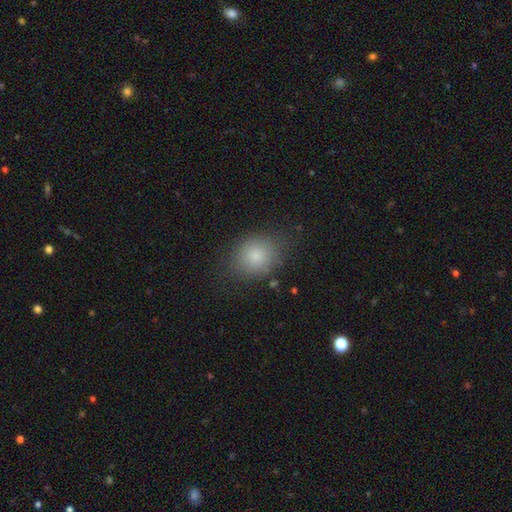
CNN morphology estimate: Smooth or featured: smooth — 80% (star or artifact — 12%)
How rounded: round — 50% (in between — 49%)
Merging: none — 78% (minor disturbance — 15%)